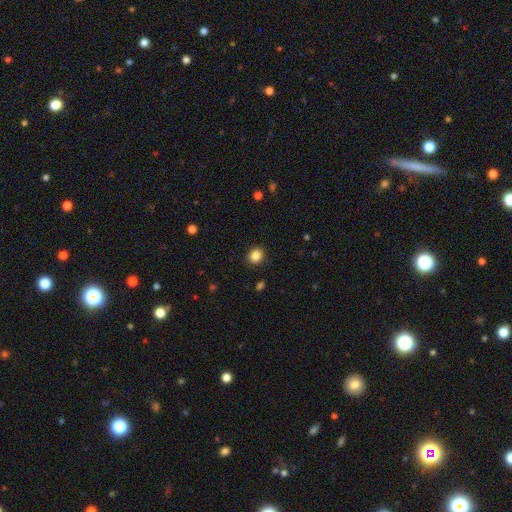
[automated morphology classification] smooth-or-featured: smooth: 85% | star or artifact: 10% | featured or disk: 4%
  how-rounded: round: 70% | in between: 29% | cigar-shaped: 1%
  merging: none: 90% | minor disturbance: 7% | major disturbance: 2% | merger: 1%